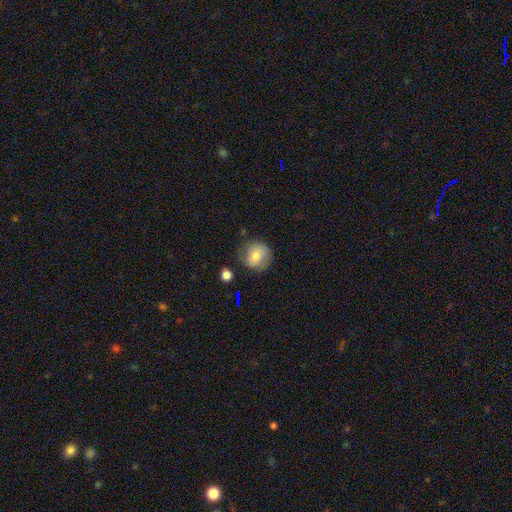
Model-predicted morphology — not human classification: Q: Smooth or featured?
A: smooth (71%); runner-up: featured or disk (20%)
Q: How rounded?
A: round (85%); runner-up: in between (14%)
Q: Merging?
A: none (72%); runner-up: minor disturbance (19%)